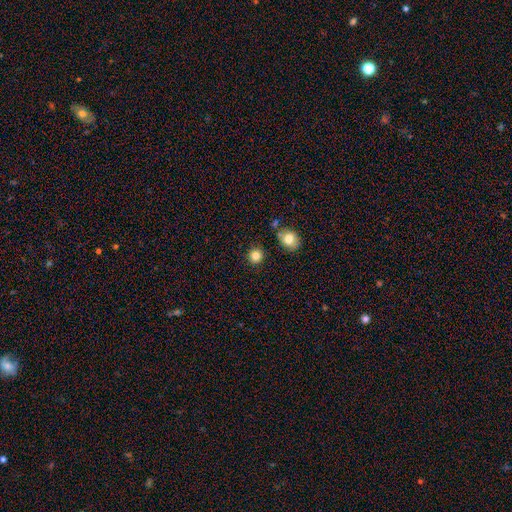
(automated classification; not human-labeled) Morphology: type=smooth (84%); roundness=round (90%); merging=none (87%).